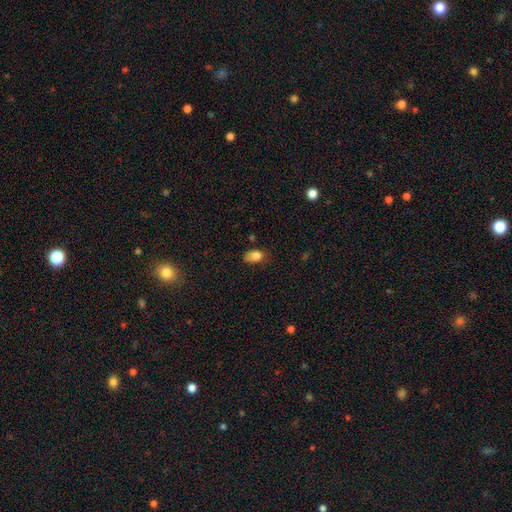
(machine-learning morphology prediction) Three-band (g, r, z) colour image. It shows a smooth galaxy with no disk features (82%) that is in between round and cigar-shaped (81%). Merging: none (51%).